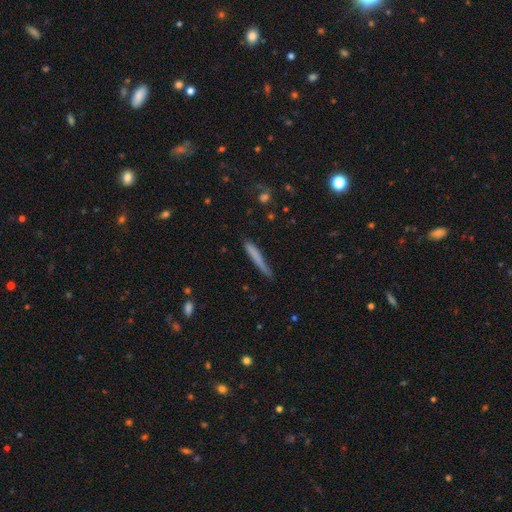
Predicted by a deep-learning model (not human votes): Smooth or featured? Predicted: smooth (p=0.71). How rounded? Predicted: cigar-shaped (p=0.95). Merging? Predicted: none (p=0.71).